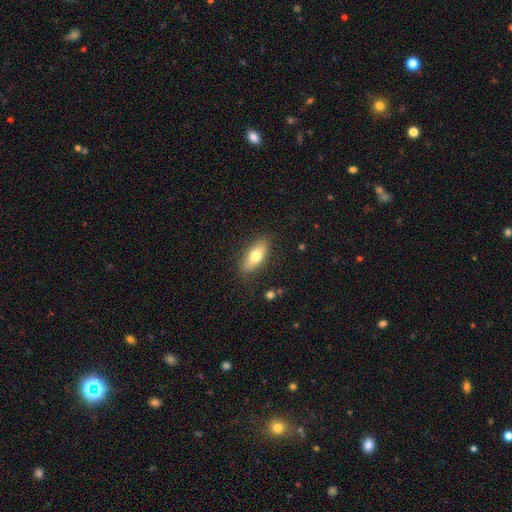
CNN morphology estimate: smooth_or_featured: smooth (p=0.71) [alt: featured or disk p=0.22]
how_rounded: in between (p=0.73) [alt: cigar-shaped p=0.24]
merging: none (p=0.83) [alt: minor disturbance p=0.12]